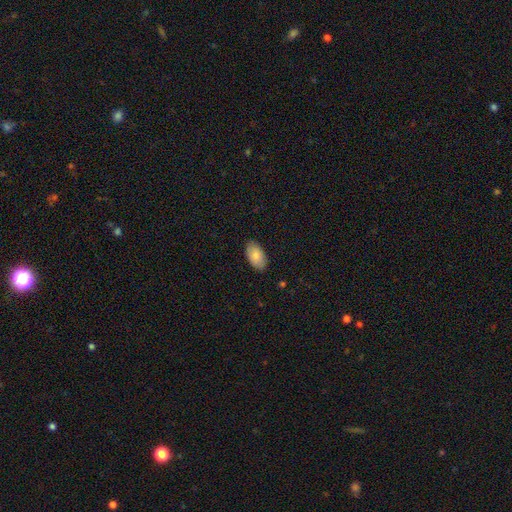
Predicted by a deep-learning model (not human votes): smooth-or-featured: smooth: 85% | featured or disk: 9% | star or artifact: 6%
  how-rounded: in between: 95% | round: 3% | cigar-shaped: 1%
  merging: none: 88% | minor disturbance: 10% | major disturbance: 2% | merger: 1%